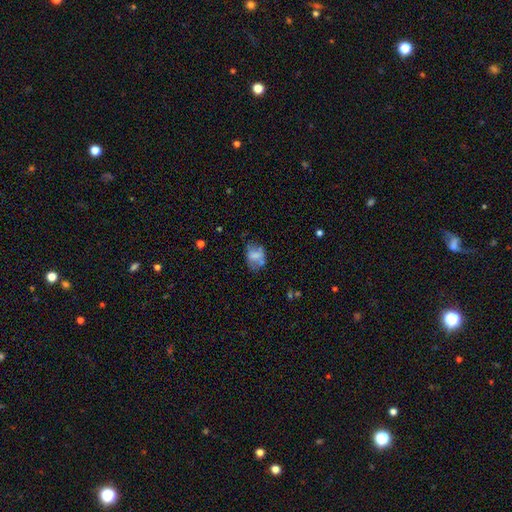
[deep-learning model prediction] Smooth or featured: smooth — 61% (featured or disk — 29%)
How rounded: in between — 63% (round — 35%)
Merging: none — 44% (minor disturbance — 27%)